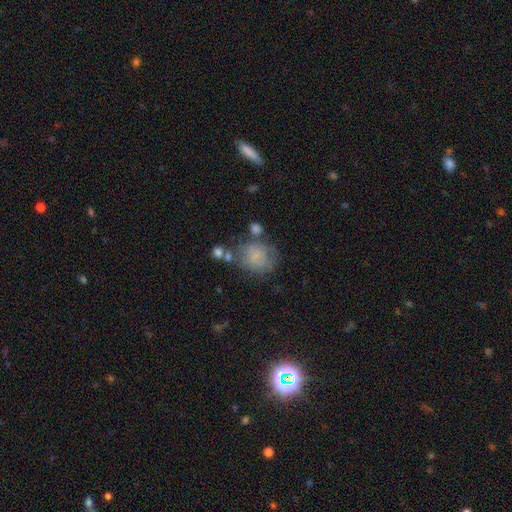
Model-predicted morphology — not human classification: Smooth or featured? smooth (71%)
How rounded? round (71%)
Merging? none (49%)